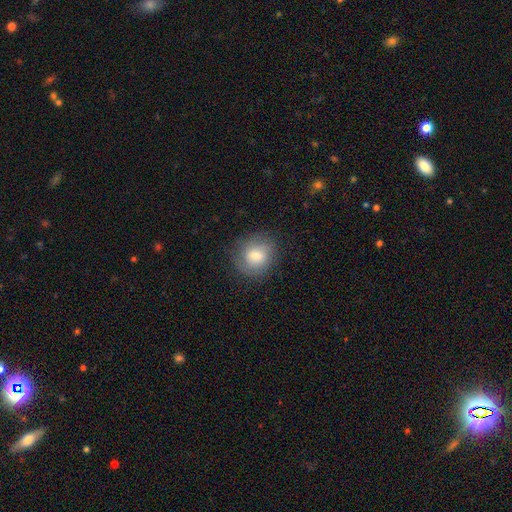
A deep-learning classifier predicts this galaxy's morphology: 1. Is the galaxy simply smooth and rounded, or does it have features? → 72% smooth, 20% featured or disk, 9% star or artifact.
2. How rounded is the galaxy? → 81% round, 18% in between, 1% cigar-shaped.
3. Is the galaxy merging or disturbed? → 81% none, 13% minor disturbance, 5% major disturbance, 1% merger.